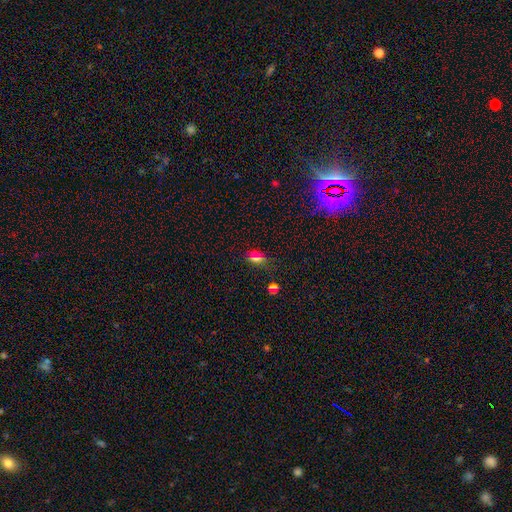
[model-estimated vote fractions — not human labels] This is possibly a smooth galaxy (54%). How rounded: likely in between (66%). Merging: likely none (77%).